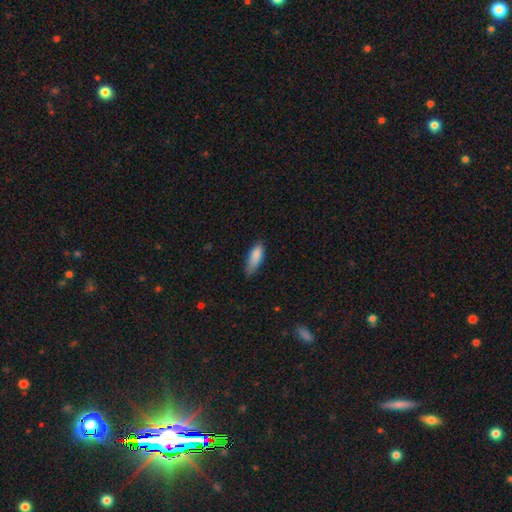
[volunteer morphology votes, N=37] Smooth or featured?
  - smooth: 84% *
  - featured or disk: 16%
  - star or artifact: 0%
How rounded?
  - in between: 58% *
  - cigar-shaped: 39%
  - round: 3%
Merging?
  - none: 84% *
  - minor disturbance: 8%
  - major disturbance: 8%
  - merger: 0%